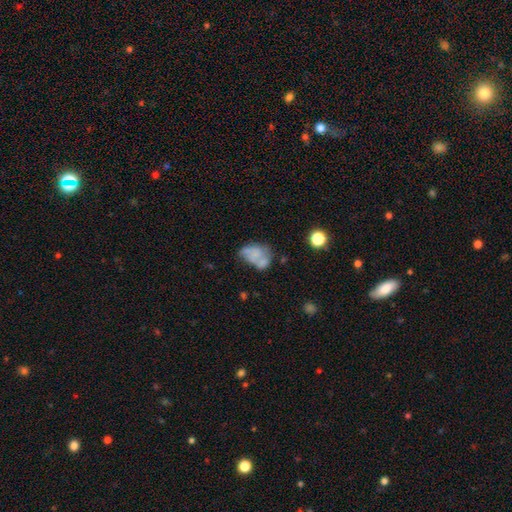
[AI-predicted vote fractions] Morphology: type=smooth (49%); merging=none (31%).